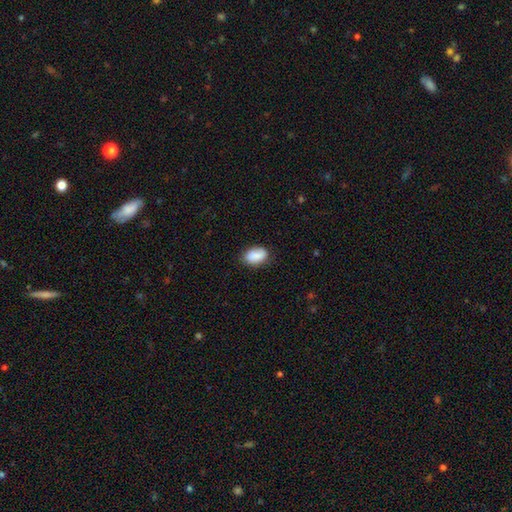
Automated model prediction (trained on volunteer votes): Smooth or featured?
  - smooth: 86% *
  - featured or disk: 7%
  - star or artifact: 7%
How rounded?
  - in between: 88% *
  - round: 10%
  - cigar-shaped: 2%
Merging?
  - none: 76% *
  - minor disturbance: 18%
  - major disturbance: 4%
  - merger: 2%